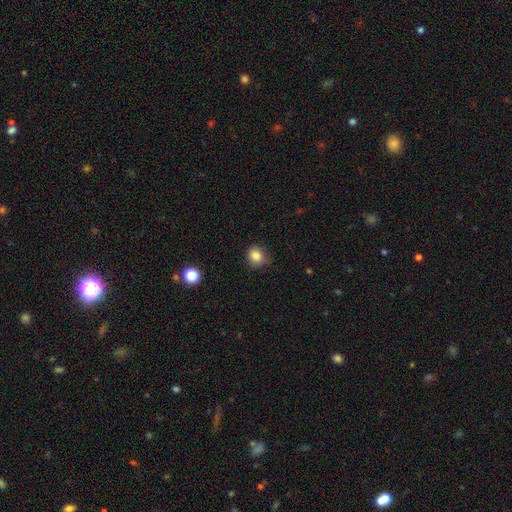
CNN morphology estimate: smooth-or-featured: smooth: 85% | star or artifact: 11% | featured or disk: 4%
  how-rounded: round: 69% | in between: 30% | cigar-shaped: 1%
  merging: none: 72% | minor disturbance: 22% | major disturbance: 4% | merger: 1%